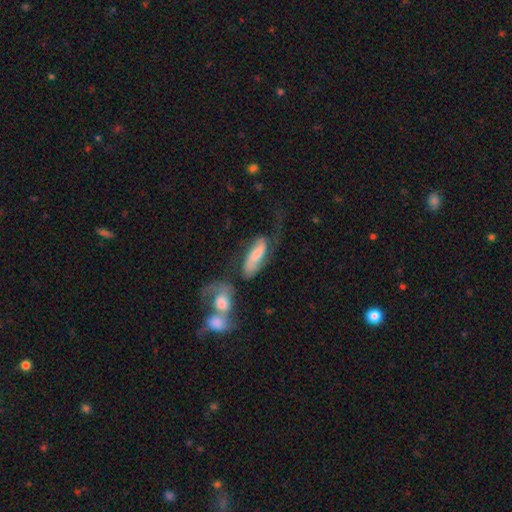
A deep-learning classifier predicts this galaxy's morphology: A smooth galaxy with no disk features (53%) that is in between round and cigar-shaped (64%). Merging: none (31%).